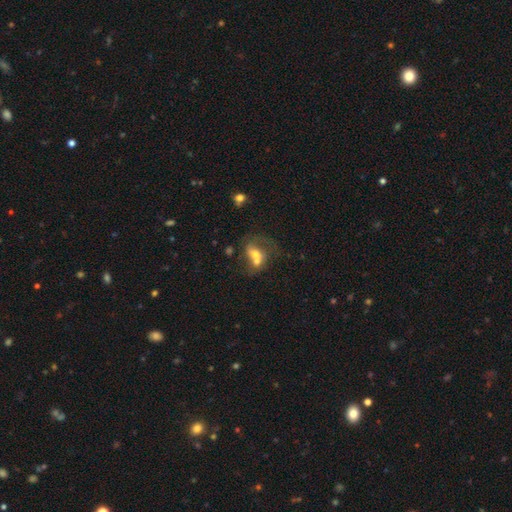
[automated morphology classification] A smooth galaxy with no disk features (48%). Merging: merger (67%).